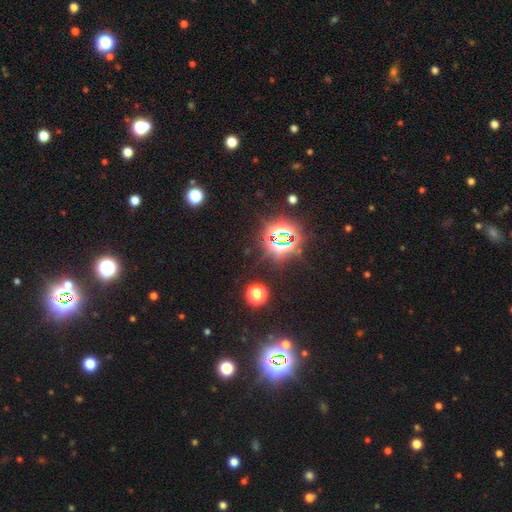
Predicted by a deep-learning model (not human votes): star or artifact 81%, smooth 13%, featured or disk 7%.